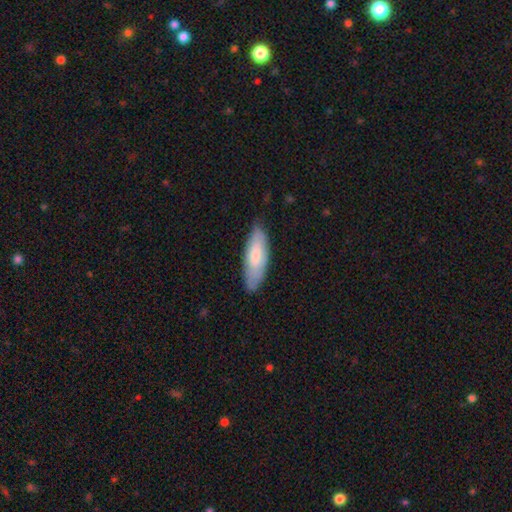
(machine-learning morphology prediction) Overall: smooth (74%). How rounded: in between (63%; cigar-shaped 36%). Merging: none (75%).